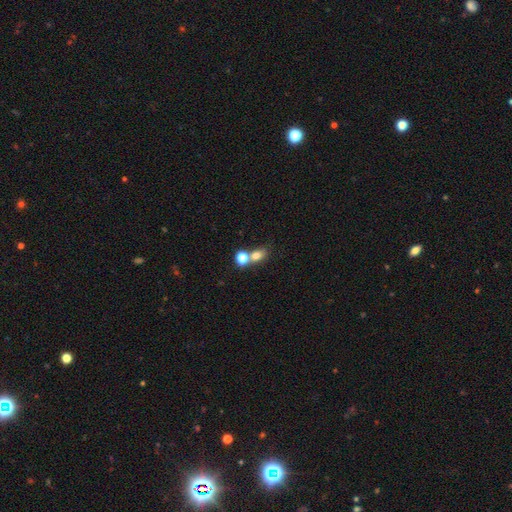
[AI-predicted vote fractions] smooth 76%, star or artifact 14%, featured or disk 11%. Down the decision tree: how rounded — in between (61%); merging — merger (44%).